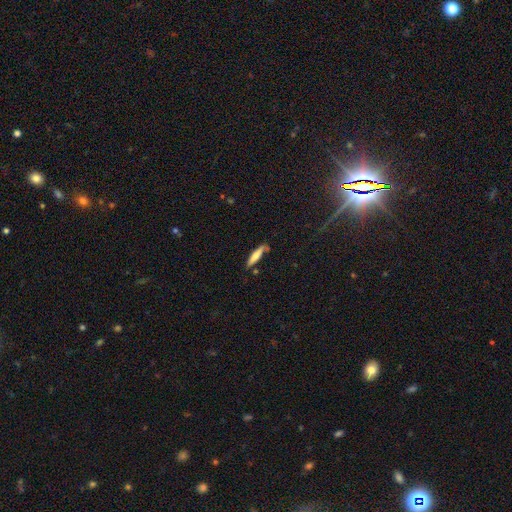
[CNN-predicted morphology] This is likely a smooth galaxy (66%). How rounded: clearly cigar-shaped (86%). Merging: likely none (75%).